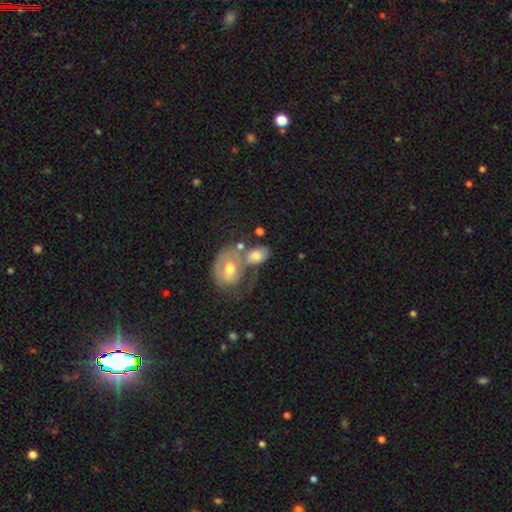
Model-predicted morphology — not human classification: A smooth galaxy with no disk features (55%) that is in between round and cigar-shaped (80%).

Vote fractions:
- Smooth or featured? smooth: 55% / featured or disk: 37% / star or artifact: 7%
- How rounded? in between: 80% / round: 19% / cigar-shaped: 2%
- Merging? merger: 49% / none: 24% / minor disturbance: 14% / major disturbance: 13%